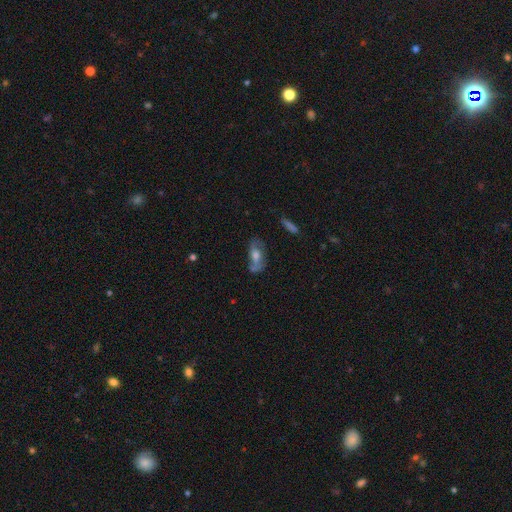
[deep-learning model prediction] This is likely a featured or disk galaxy (62%). It is clearly not viewed edge-on (87%). Bar: possibly no (57%). Spiral arm pattern: likely yes (69%). Central bulge: possibly moderate (58%). Merging: likely none (61%).